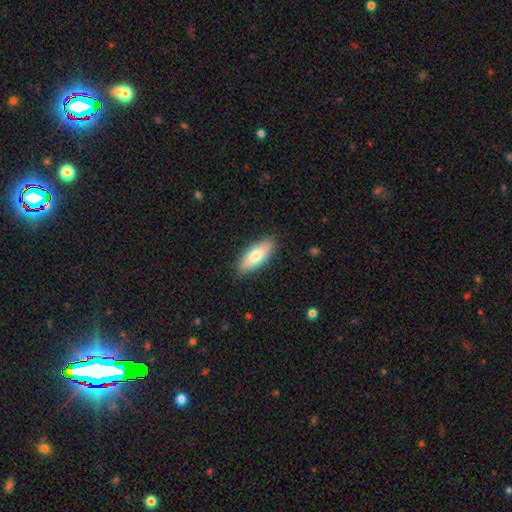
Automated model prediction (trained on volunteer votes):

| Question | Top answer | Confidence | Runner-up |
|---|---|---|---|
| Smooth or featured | smooth | 74% | featured or disk (20%) |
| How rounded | in between | 67% | cigar-shaped (31%) |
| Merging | none | 86% | minor disturbance (11%) |